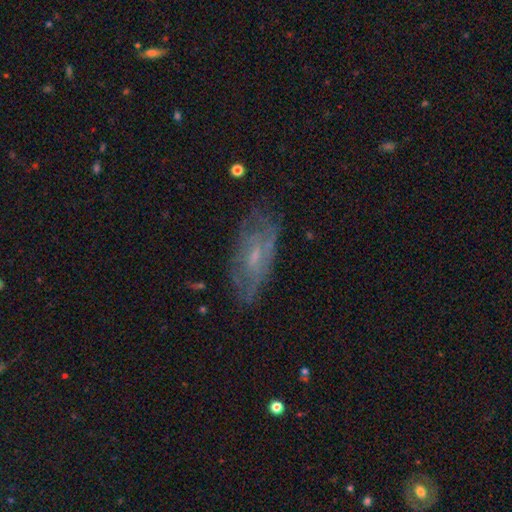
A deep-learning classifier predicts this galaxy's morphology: smooth-or-featured: featured or disk: 63% | smooth: 27% | star or artifact: 10%
  disk-edge-on: no: 88% | yes: 12%
    bar: no: 58% | weak: 35% | strong: 6%
    has-spiral-arms: yes: 67% | no: 33%
    bulge-size: small: 58% | moderate: 28% | none: 11% | large: 2% | dominant: 1%
  merging: none: 68% | minor disturbance: 21% | major disturbance: 9% | merger: 2%